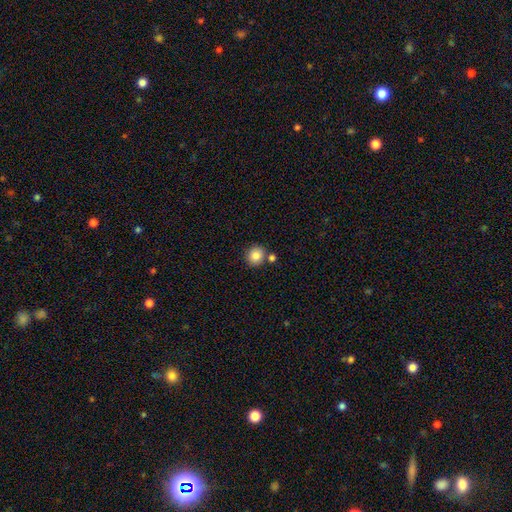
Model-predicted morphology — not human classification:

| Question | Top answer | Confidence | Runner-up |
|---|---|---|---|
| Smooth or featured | smooth | 85% | star or artifact (9%) |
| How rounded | round | 86% | in between (13%) |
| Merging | none | 75% | merger (14%) |